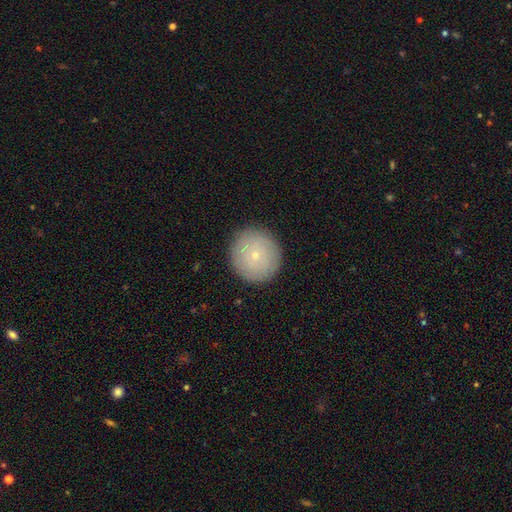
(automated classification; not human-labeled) This is likely a smooth galaxy (67%). How rounded: clearly round (94%). Merging: clearly none (90%).